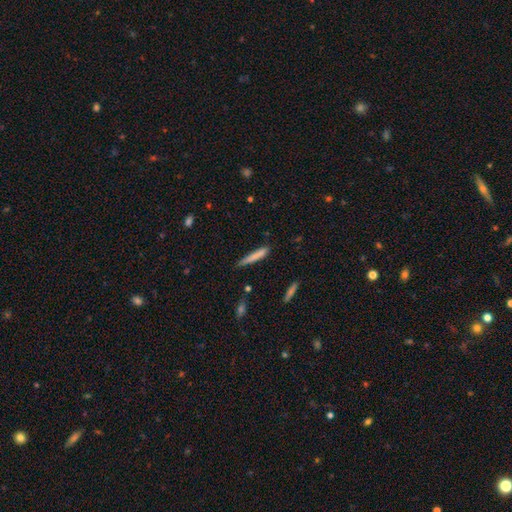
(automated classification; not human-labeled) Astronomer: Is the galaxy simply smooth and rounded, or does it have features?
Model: smooth — 79%.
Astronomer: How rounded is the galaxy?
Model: cigar-shaped — 93%.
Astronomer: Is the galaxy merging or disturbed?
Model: none — 72%.